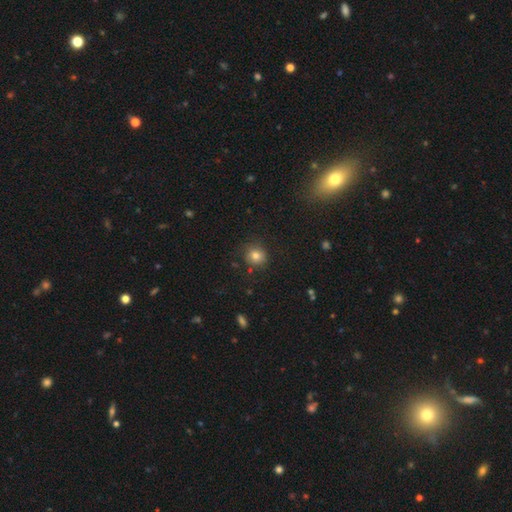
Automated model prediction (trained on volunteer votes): Morphology: type=smooth (79%); roundness=round (86%); merging=none (82%).